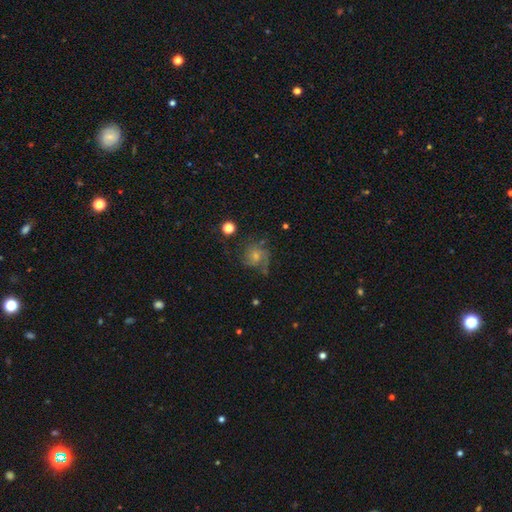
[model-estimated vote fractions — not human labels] Morphology: type=featured or disk (59%); edge-on=no (97%); bar=no (74%); spiral arms=yes (87%); bulge=small (48%); merging=none (61%).